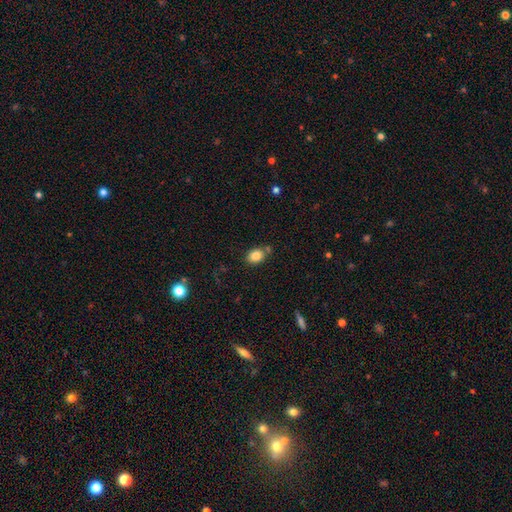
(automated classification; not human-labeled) The model was most divided on "how rounded": in between: 62%, round: 37%, cigar-shaped: 1%. More confident: smooth or featured — smooth (84%); merging — none (73%).